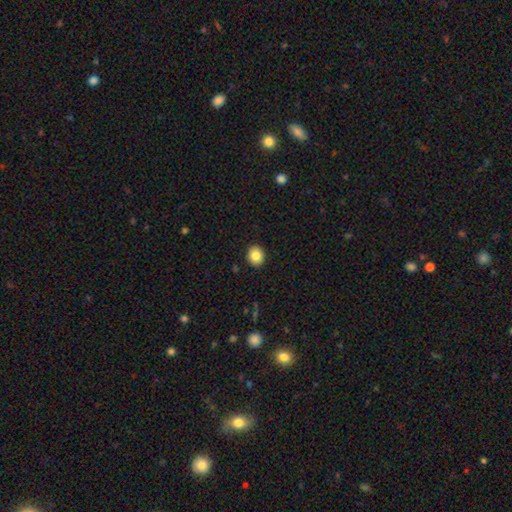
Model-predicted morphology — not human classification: The model was most divided on "how rounded": round: 74%, in between: 26%, cigar-shaped: 1%. More confident: merging — none (92%); smooth or featured — smooth (84%).